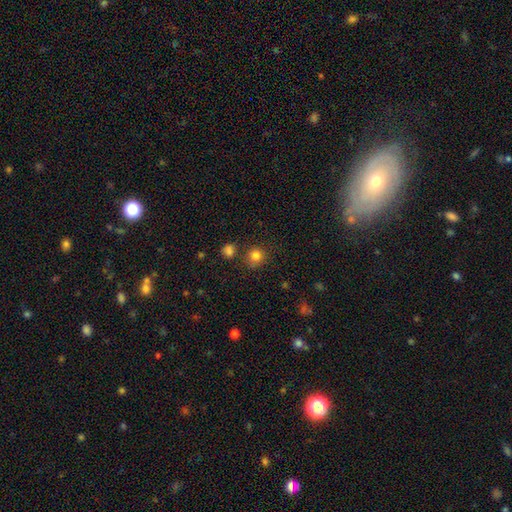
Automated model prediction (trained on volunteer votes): smooth 82%, star or artifact 13%, featured or disk 5%. Down the decision tree: how rounded — round (87%); merging — none (75%).